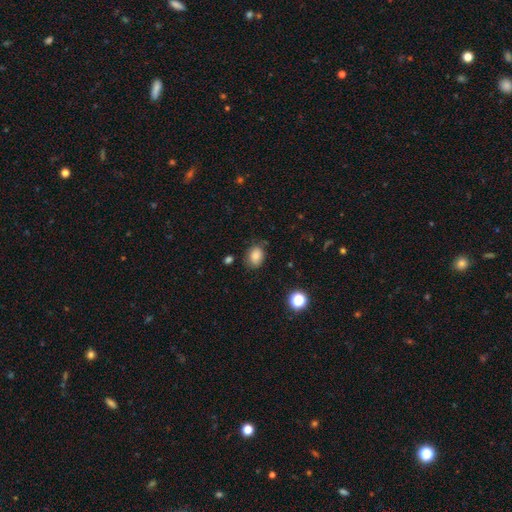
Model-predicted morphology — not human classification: A smooth galaxy with no disk features (84%) that is in between round and cigar-shaped (68%). Merging: none (73%).